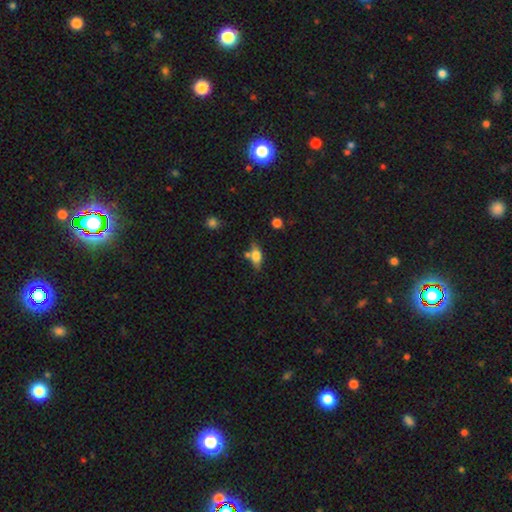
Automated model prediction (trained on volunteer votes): Overall: smooth (66%). How rounded: in between (76%). Merging: none (59%; minor disturbance 20%).